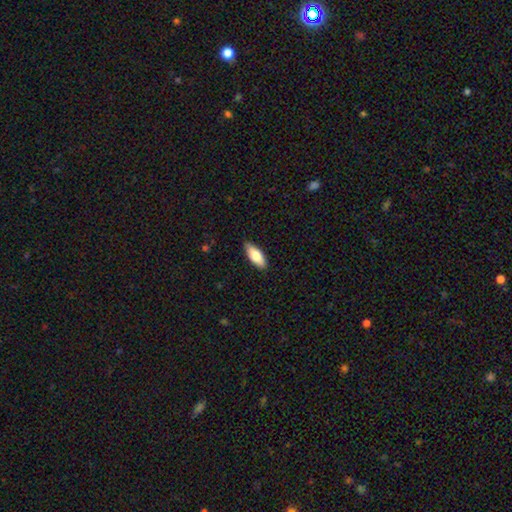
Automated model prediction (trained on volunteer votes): Smooth or featured: smooth — 76% (featured or disk — 18%)
How rounded: in between — 74% (cigar-shaped — 24%)
Merging: none — 87% (minor disturbance — 10%)